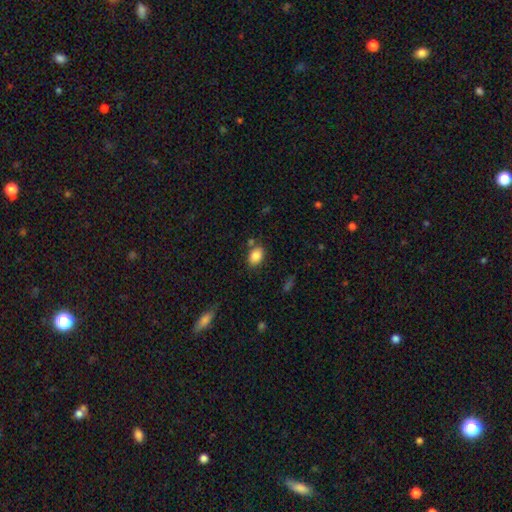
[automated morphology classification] Smooth or featured: smooth — 85% (star or artifact — 8%)
How rounded: in between — 82% (round — 17%)
Merging: none — 73% (minor disturbance — 15%)